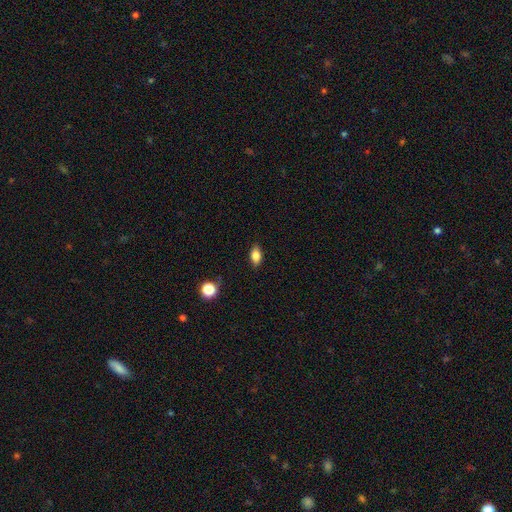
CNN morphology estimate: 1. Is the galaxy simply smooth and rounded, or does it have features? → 80% smooth, 11% featured or disk, 9% star or artifact.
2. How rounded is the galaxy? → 86% in between, 9% round, 6% cigar-shaped.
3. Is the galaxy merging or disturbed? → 85% none, 12% minor disturbance, 2% major disturbance, 1% merger.